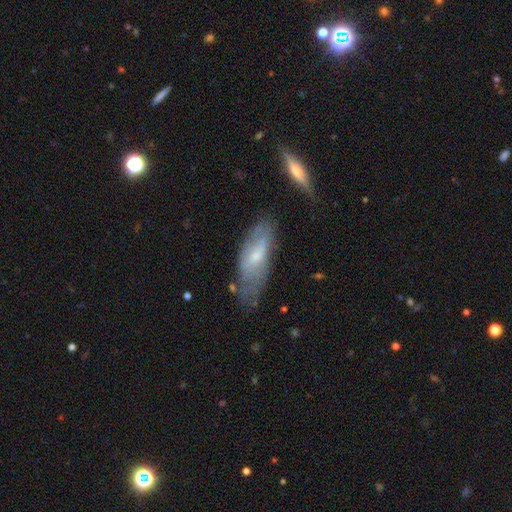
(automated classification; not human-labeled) smooth-or-featured: smooth: 48% | featured or disk: 45% | star or artifact: 7%
  merging: none: 58% | minor disturbance: 28% | major disturbance: 11% | merger: 3%